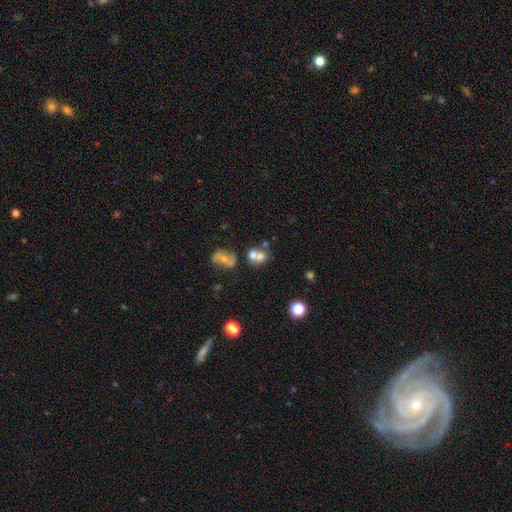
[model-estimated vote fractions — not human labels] Morphology: type=smooth (66%); roundness=round (64%); merging=merger (58%).